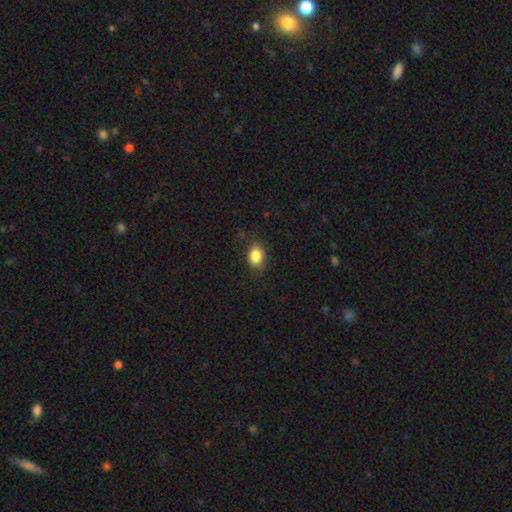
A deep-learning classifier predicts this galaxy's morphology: This appears to be a smooth galaxy with no disk features (84%) that is in between round and cigar-shaped (70%). Merging: none (79%).